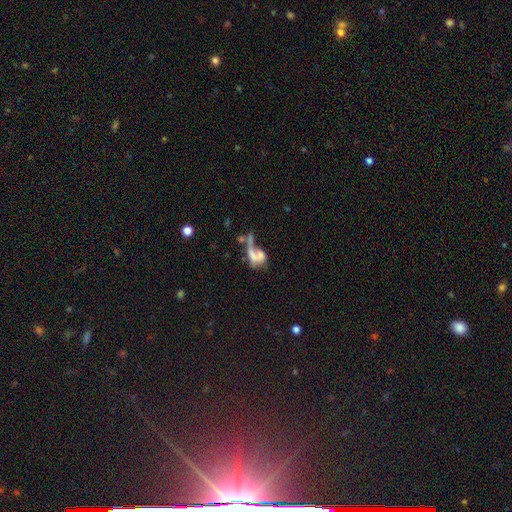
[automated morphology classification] This appears to be a featured or disk galaxy (44%). Merging: merger (41%).